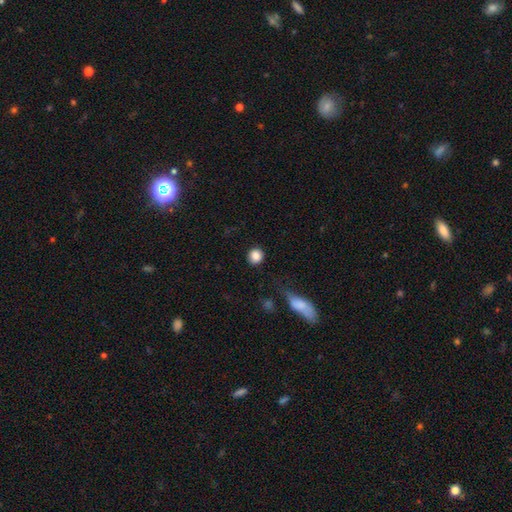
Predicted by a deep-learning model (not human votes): A smooth galaxy with no disk features (86%) that is round (91%). Merging: none (89%).